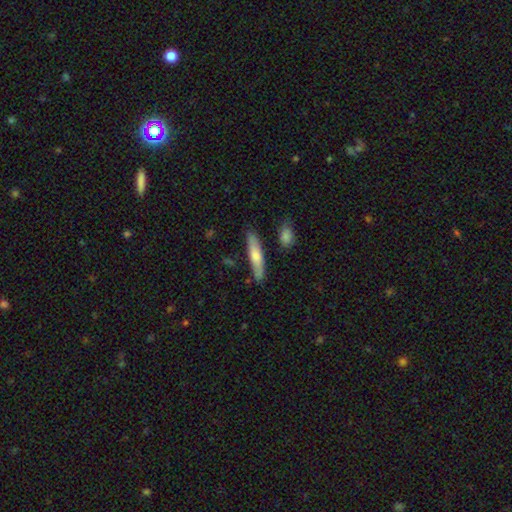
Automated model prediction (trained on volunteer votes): Smooth or featured: smooth — 66% (featured or disk — 29%)
How rounded: cigar-shaped — 82% (in between — 17%)
Merging: none — 83% (minor disturbance — 11%)